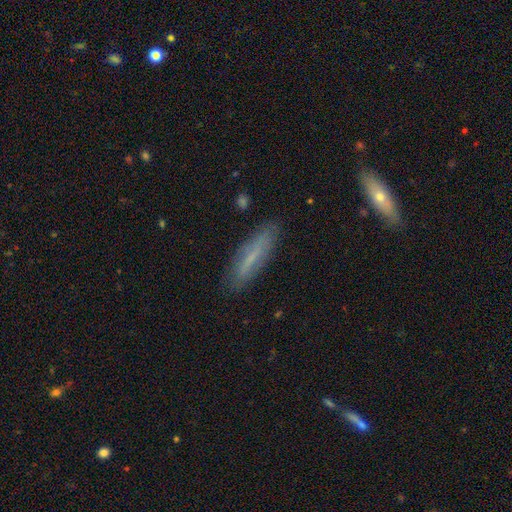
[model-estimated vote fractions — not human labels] smooth-or-featured: smooth: 61% | featured or disk: 29% | star or artifact: 9%
  how-rounded: cigar-shaped: 79% | in between: 19% | round: 2%
  merging: none: 83% | minor disturbance: 12% | major disturbance: 3% | merger: 2%